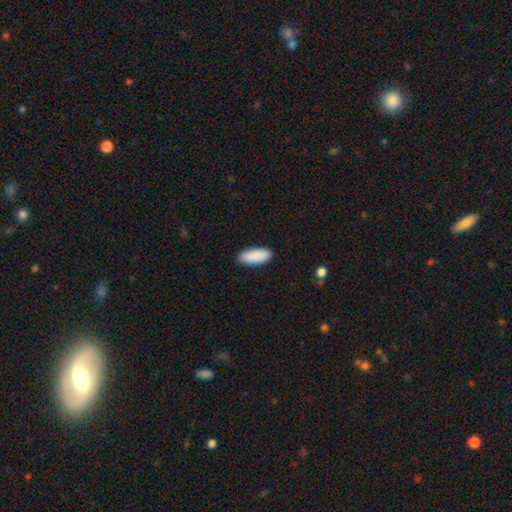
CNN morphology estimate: A smooth galaxy with no disk features (90%) that is in between round and cigar-shaped (81%). Merging: none (88%).